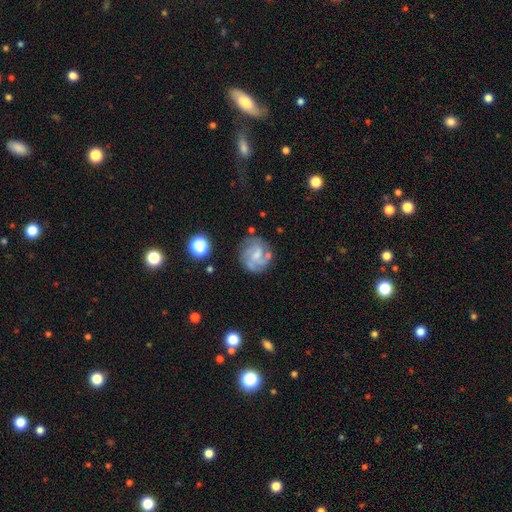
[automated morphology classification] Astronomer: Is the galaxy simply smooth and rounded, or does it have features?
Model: featured or disk — 75%.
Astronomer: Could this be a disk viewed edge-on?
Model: no — 98%.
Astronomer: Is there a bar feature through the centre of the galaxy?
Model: no — 51% (runner-up: weak, 42%).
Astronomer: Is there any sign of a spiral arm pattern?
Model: yes — 91%.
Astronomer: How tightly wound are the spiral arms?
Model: tight — 47% (runner-up: medium, 40%).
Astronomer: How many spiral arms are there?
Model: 3 — 32% (runner-up: can't tell, 26%).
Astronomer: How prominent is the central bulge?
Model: small — 46% (runner-up: moderate, 30%).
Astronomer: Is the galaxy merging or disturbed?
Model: none — 72%.